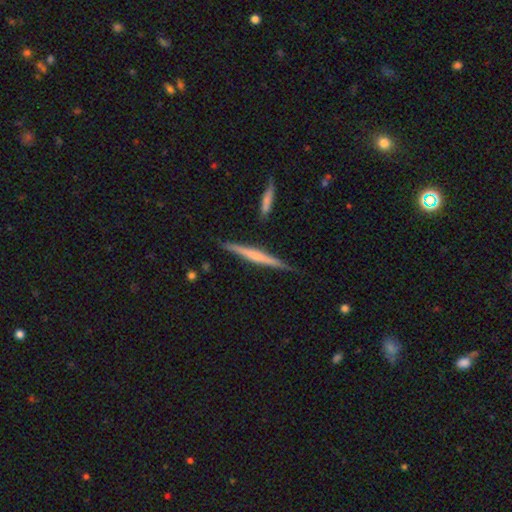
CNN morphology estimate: A featured or disk galaxy (58%) viewed edge-on (97%) with no central bulge (48%).

Vote fractions:
- Smooth or featured? featured or disk: 58% / smooth: 36% / star or artifact: 6%
- Edge-on disk? yes: 97% / no: 3%
- Edge-on bulge? none: 48% / rounded: 37% / boxy: 16%
- Merging? none: 85% / minor disturbance: 10% / merger: 3% / major disturbance: 2%